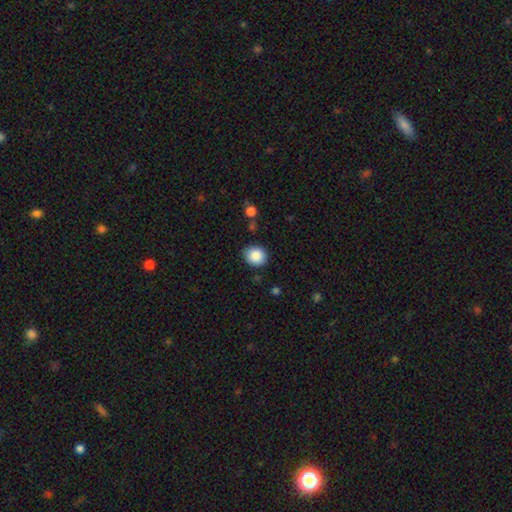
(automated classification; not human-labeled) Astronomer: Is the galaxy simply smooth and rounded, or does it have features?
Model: smooth — 87%.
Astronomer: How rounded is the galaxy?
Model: round — 76%.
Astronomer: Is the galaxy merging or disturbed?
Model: none — 85%.